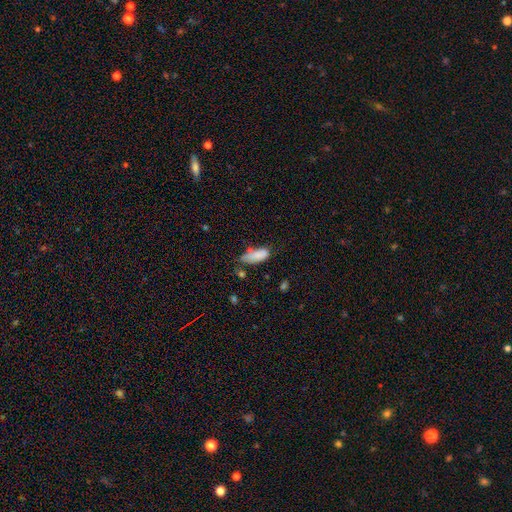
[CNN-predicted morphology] smooth-or-featured: smooth: 81% | featured or disk: 10% | star or artifact: 8%
  how-rounded: in between: 77% | cigar-shaped: 20% | round: 2%
  merging: none: 40% | minor disturbance: 36% | major disturbance: 15% | merger: 9%